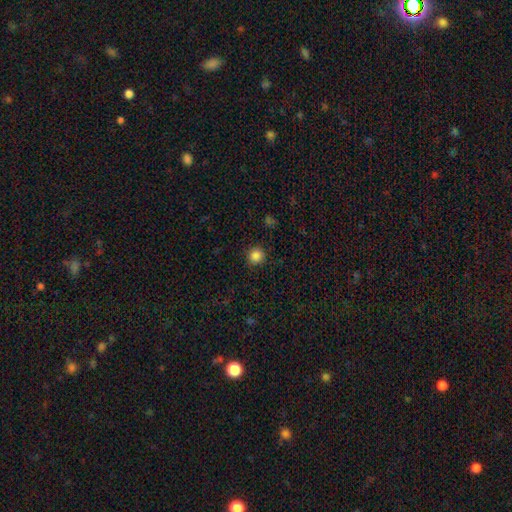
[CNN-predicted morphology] Smooth or featured?
  - smooth: 85% *
  - star or artifact: 11%
  - featured or disk: 4%
How rounded?
  - round: 93% *
  - in between: 6%
  - cigar-shaped: 1%
Merging?
  - none: 90% *
  - minor disturbance: 6%
  - major disturbance: 2%
  - merger: 1%